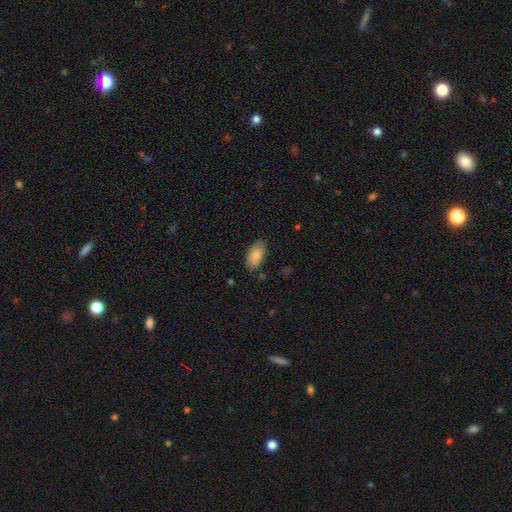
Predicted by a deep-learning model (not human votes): This appears to be a smooth galaxy with no disk features (81%) that is in between round and cigar-shaped (94%). Merging: none (80%).